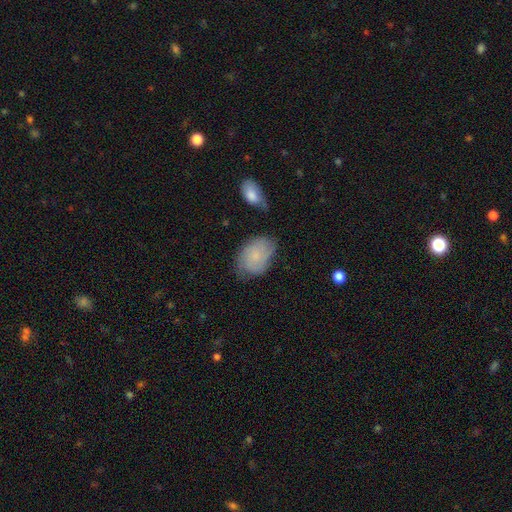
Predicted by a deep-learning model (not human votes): The model was most divided on "merging": none: 60%, minor disturbance: 29%, major disturbance: 8%, merger: 3%. More confident: how rounded — in between (84%); smooth or featured — smooth (64%).